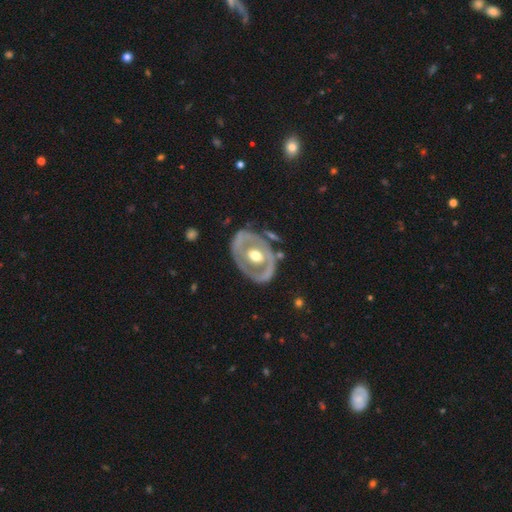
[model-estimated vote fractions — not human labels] This is likely a featured or disk galaxy (71%). It is clearly not viewed edge-on (94%). Bar: likely no (72%). Spiral arm pattern: likely no (73%). Central bulge: likely moderate (73%). Merging: likely none (67%).